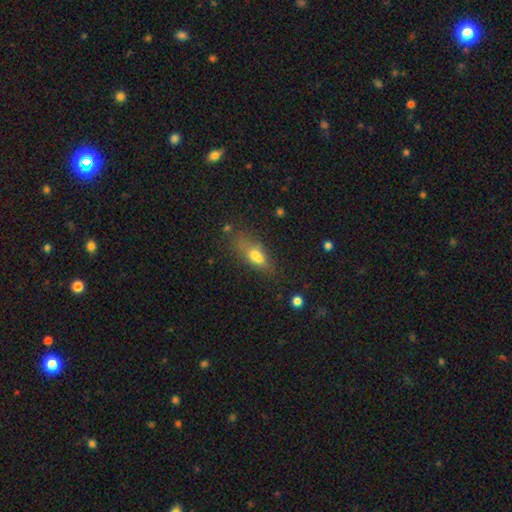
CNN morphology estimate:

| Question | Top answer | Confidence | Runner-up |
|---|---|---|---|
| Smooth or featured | smooth | 61% | featured or disk (26%) |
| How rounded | in between | 66% | cigar-shaped (24%) |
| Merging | none | 44% | merger (29%) |